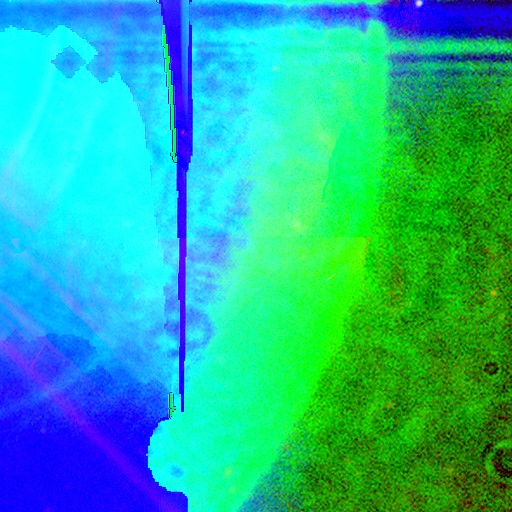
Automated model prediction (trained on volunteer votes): A star or artifact, not a galaxy (80%).

Vote fractions:
- Smooth or featured? star or artifact: 80% / featured or disk: 12% / smooth: 8%